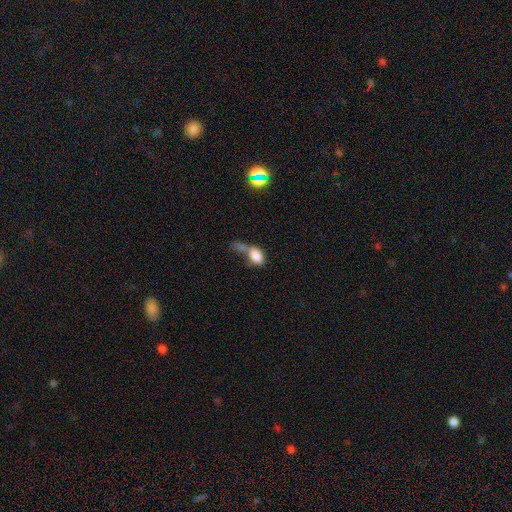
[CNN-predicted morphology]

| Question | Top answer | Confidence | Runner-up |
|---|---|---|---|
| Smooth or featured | smooth | 77% | featured or disk (13%) |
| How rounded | in between | 84% | round (12%) |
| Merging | merger | 40% | major disturbance (27%) |